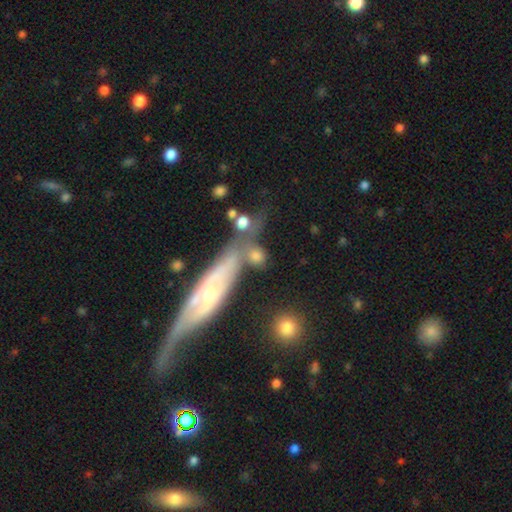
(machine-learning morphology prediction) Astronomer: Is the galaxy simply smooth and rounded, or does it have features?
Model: smooth — 65%.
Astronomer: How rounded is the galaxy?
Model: round — 49% (runner-up: in between, 37%).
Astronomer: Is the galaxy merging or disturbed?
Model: none — 50% (runner-up: merger, 26%).